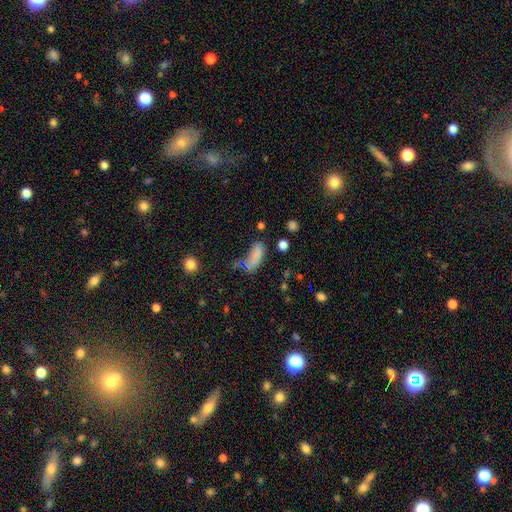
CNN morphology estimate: A smooth galaxy with no disk features (78%) that is in between round and cigar-shaped (69%).

Vote fractions:
- Smooth or featured? smooth: 78% / star or artifact: 12% / featured or disk: 10%
- How rounded? in between: 69% / cigar-shaped: 28% / round: 4%
- Merging? none: 45% / minor disturbance: 25% / major disturbance: 18% / merger: 13%